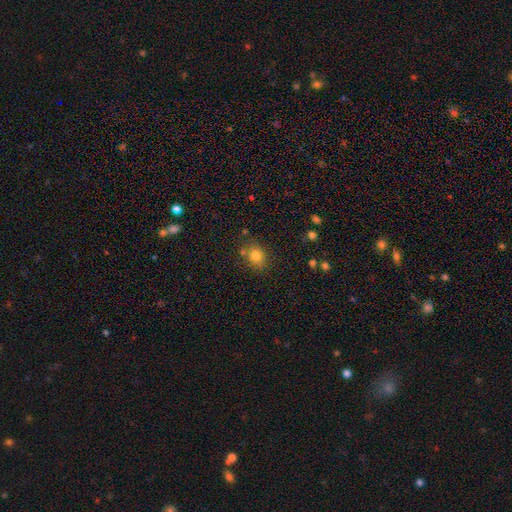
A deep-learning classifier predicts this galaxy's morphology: Overall: smooth (79%). How rounded: round (60%; in between 39%). Merging: none (76%).